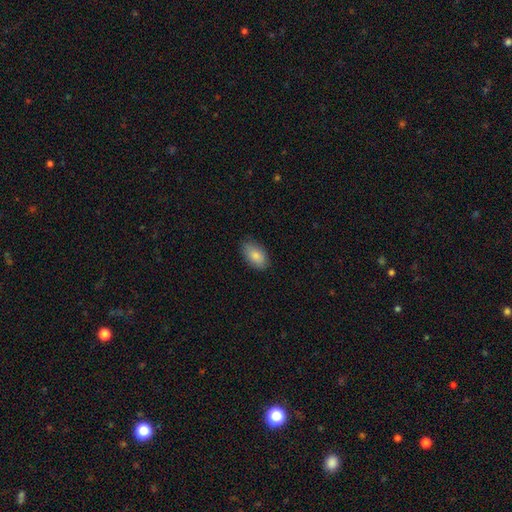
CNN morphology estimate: Smooth or featured?
  - smooth: 84% *
  - featured or disk: 9%
  - star or artifact: 7%
How rounded?
  - in between: 93% *
  - round: 5%
  - cigar-shaped: 2%
Merging?
  - none: 84% *
  - minor disturbance: 12%
  - major disturbance: 2%
  - merger: 1%